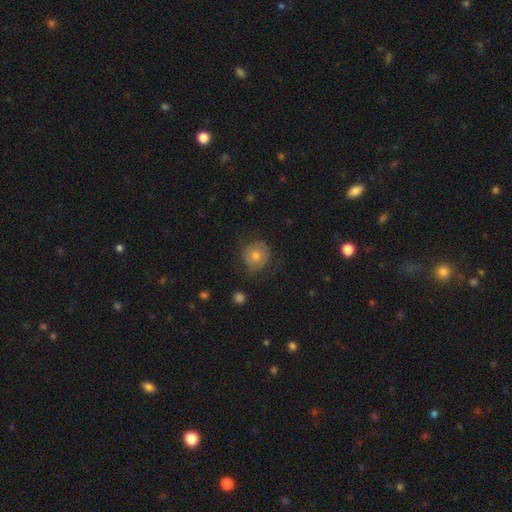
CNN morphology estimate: A smooth galaxy with no disk features (61%) that is round (86%). Merging: none (65%).